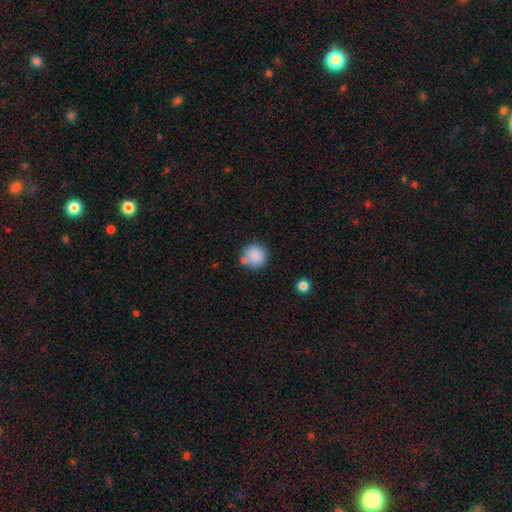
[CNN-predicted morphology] This appears to be a smooth galaxy with no disk features (86%) that is round (92%). Merging: none (71%).